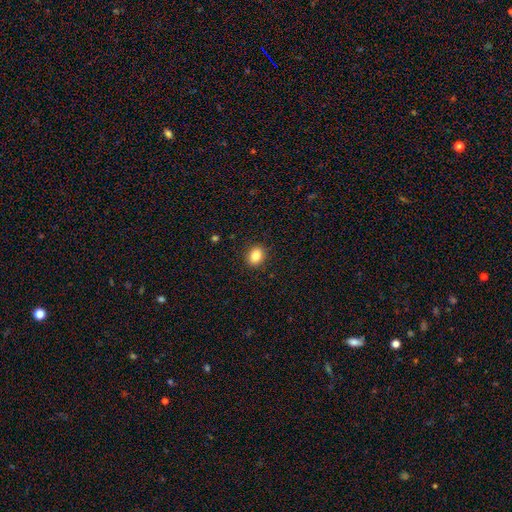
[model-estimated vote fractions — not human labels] Smooth or featured: smooth — 85% (star or artifact — 10%)
How rounded: in between — 51% (round — 49%)
Merging: none — 90% (minor disturbance — 7%)